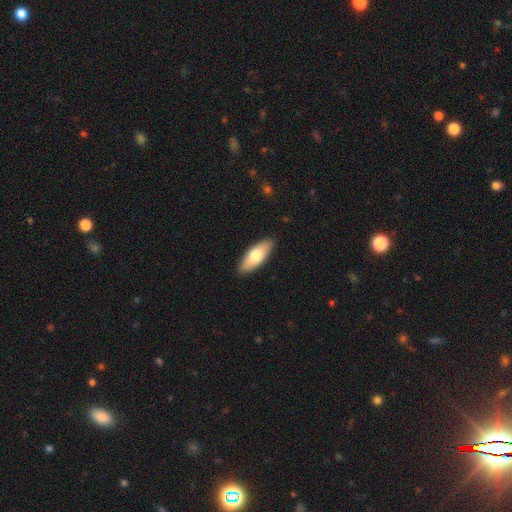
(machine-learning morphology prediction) A smooth galaxy with no disk features (71%) that is in between round and cigar-shaped (74%). Merging: none (88%).